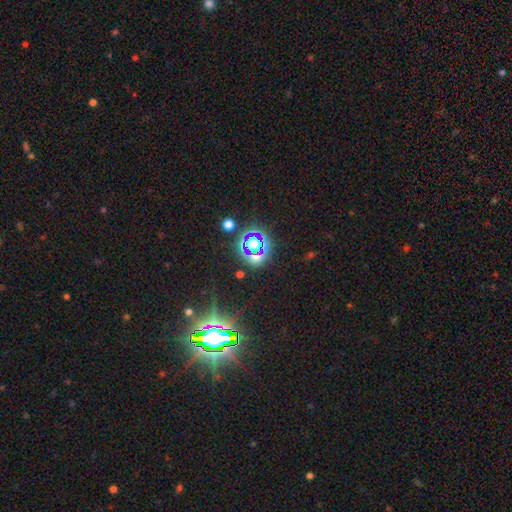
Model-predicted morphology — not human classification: A star or artifact, not a galaxy (65%).

Vote fractions:
- Smooth or featured? star or artifact: 65% / smooth: 23% / featured or disk: 11%